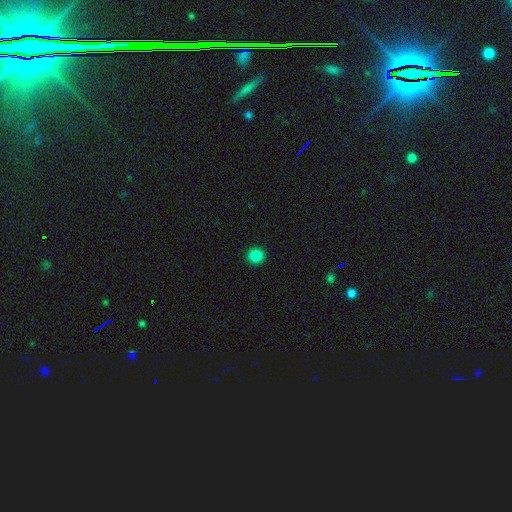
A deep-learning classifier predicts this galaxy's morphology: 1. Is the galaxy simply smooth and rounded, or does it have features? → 86% smooth, 12% star or artifact, 3% featured or disk.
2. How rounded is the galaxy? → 89% round, 10% in between, 1% cigar-shaped.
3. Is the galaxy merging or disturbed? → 93% none, 5% minor disturbance, 2% major disturbance, 1% merger.